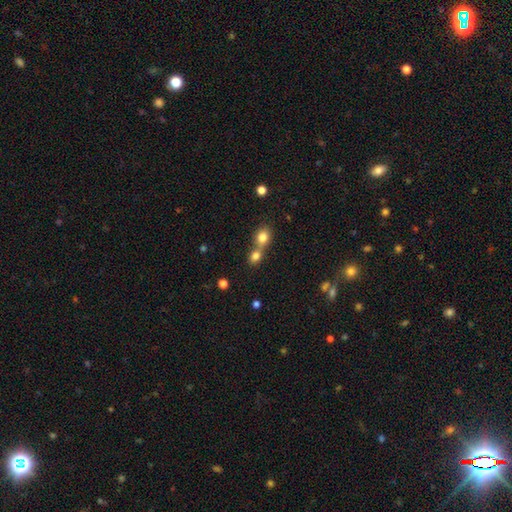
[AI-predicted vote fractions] The model was most divided on "how rounded": round: 62%, in between: 36%, cigar-shaped: 2%. More confident: smooth or featured — smooth (79%); merging — merger (62%).